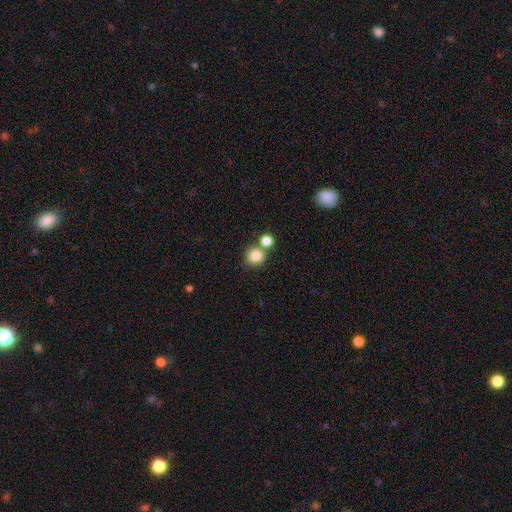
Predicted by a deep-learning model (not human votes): smooth 84%, star or artifact 10%, featured or disk 6%. Down the decision tree: how rounded — round (89%); merging — none (61%).